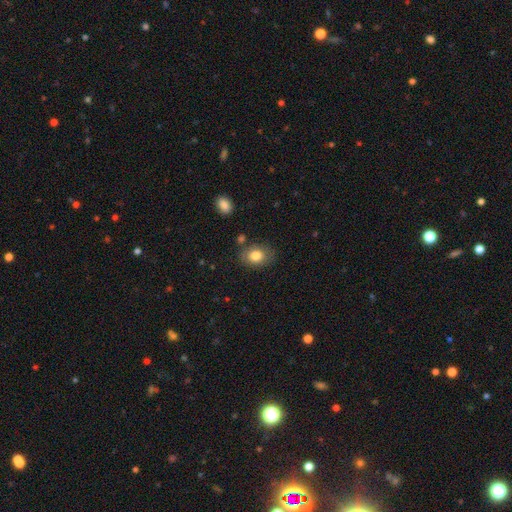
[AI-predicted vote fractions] Overall: smooth (81%). How rounded: in between (66%; round 33%). Merging: none (76%).